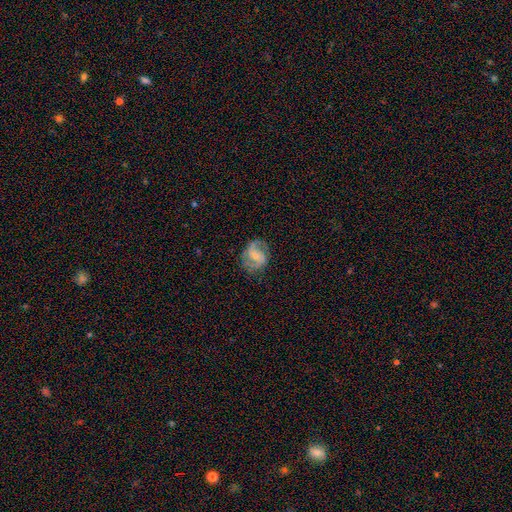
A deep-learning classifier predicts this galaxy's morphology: This is likely a featured or disk galaxy (80%). It is clearly not viewed edge-on (98%). Bar: possibly weak (50%). Spiral arm pattern: clearly yes (94%). Spiral arm count: clearly 2 (86%). Spiral winding: possibly medium (52%). Central bulge: possibly small (54%). Merging: likely none (75%).